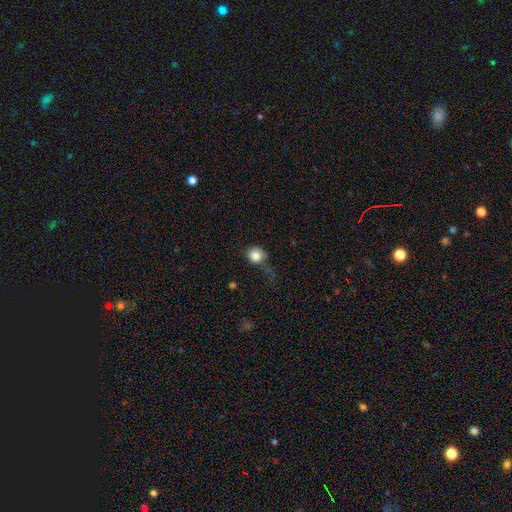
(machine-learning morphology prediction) smooth_or_featured: smooth (p=0.83) [alt: star or artifact p=0.09]
how_rounded: round (p=0.84) [alt: in between p=0.15]
merging: none (p=0.38) [alt: major disturbance p=0.29]